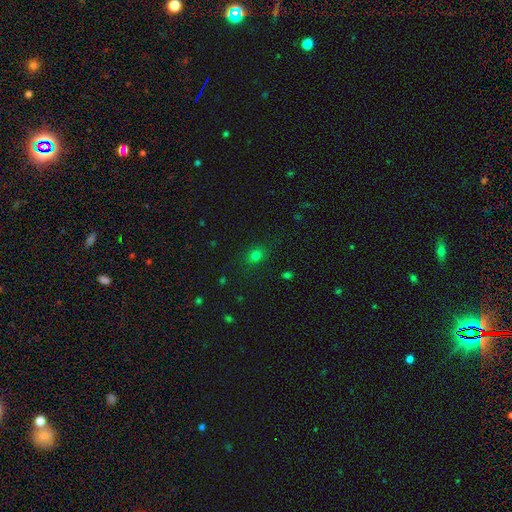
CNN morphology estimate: smooth-or-featured: smooth: 75% | star or artifact: 19% | featured or disk: 6%
  how-rounded: round: 66% | in between: 32% | cigar-shaped: 1%
  merging: none: 83% | minor disturbance: 11% | major disturbance: 4% | merger: 2%